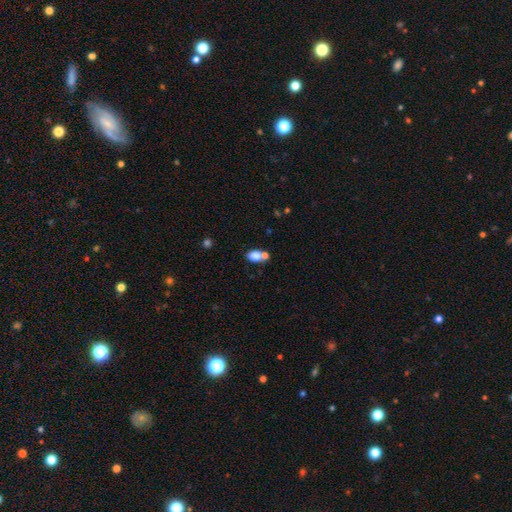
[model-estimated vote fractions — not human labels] Smooth or featured: smooth — 81% (star or artifact — 10%)
How rounded: in between — 75% (round — 23%)
Merging: none — 47% (merger — 38%)